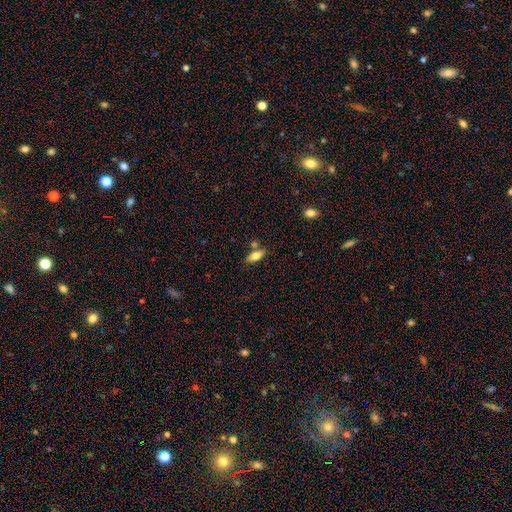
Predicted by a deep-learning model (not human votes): smooth-or-featured: smooth: 78% | featured or disk: 14% | star or artifact: 8%
  how-rounded: in between: 83% | cigar-shaped: 14% | round: 3%
  merging: none: 68% | merger: 15% | minor disturbance: 14% | major disturbance: 3%